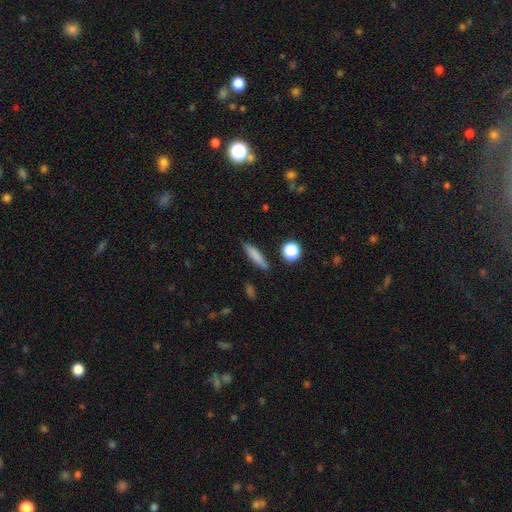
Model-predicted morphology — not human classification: The model was most divided on "how rounded": cigar-shaped: 80%, in between: 17%, round: 3%. More confident: merging — none (85%); smooth or featured — smooth (78%).